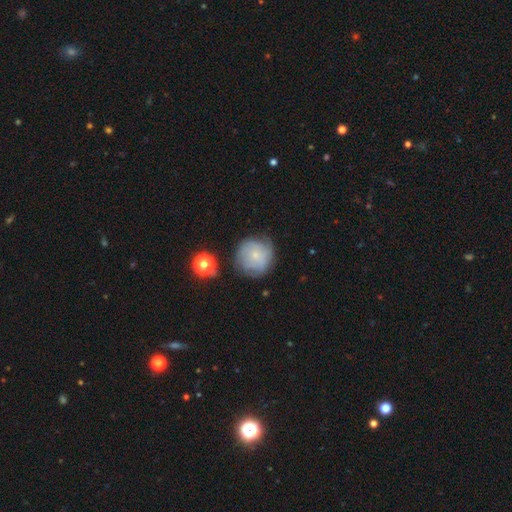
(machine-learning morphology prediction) A smooth galaxy with no disk features (54%) that is round (92%). Merging: none (66%).